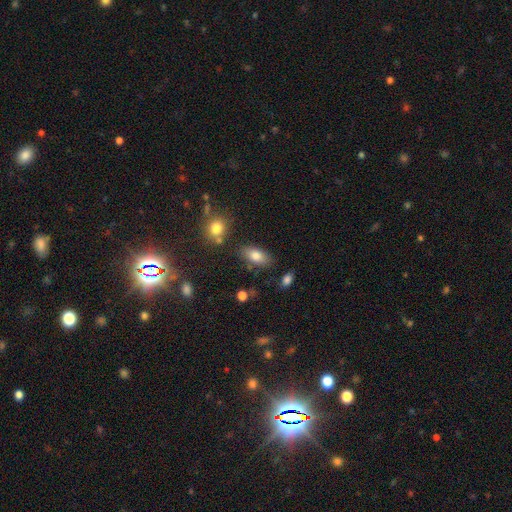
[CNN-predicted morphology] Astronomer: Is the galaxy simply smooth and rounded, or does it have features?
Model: smooth — 81%.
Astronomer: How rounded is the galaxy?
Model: in between — 89%.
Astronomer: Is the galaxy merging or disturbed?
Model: none — 77%.